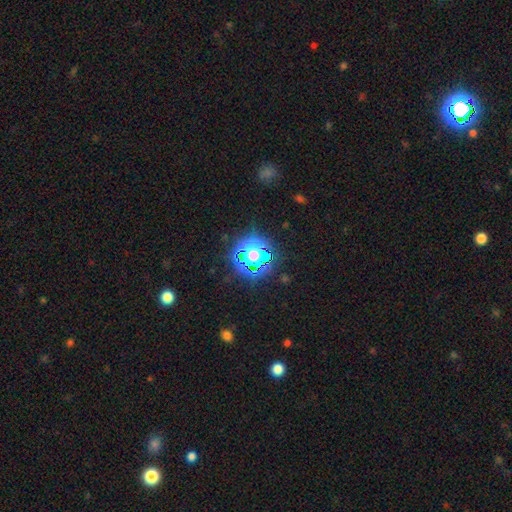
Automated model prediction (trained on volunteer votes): Smooth or featured? star or artifact (62%)